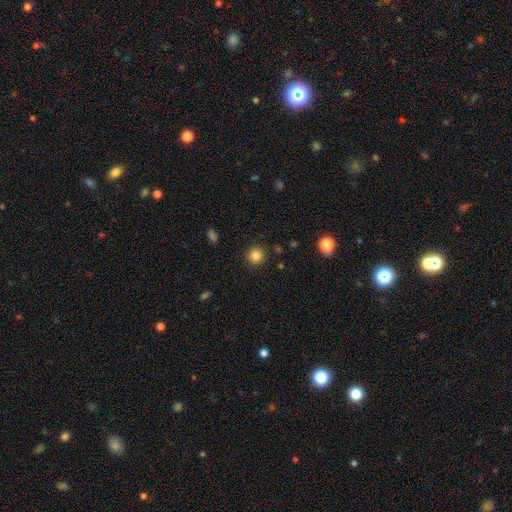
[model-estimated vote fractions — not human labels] Smooth or featured? Predicted: smooth (p=0.84). How rounded? Predicted: round (p=0.94). Merging? Predicted: none (p=0.91).